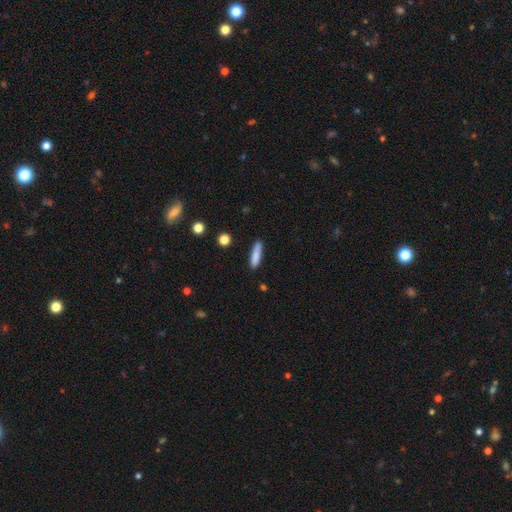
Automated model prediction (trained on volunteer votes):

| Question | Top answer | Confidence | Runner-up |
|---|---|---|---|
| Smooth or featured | smooth | 84% | featured or disk (9%) |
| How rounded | cigar-shaped | 79% | in between (20%) |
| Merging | none | 84% | minor disturbance (12%) |